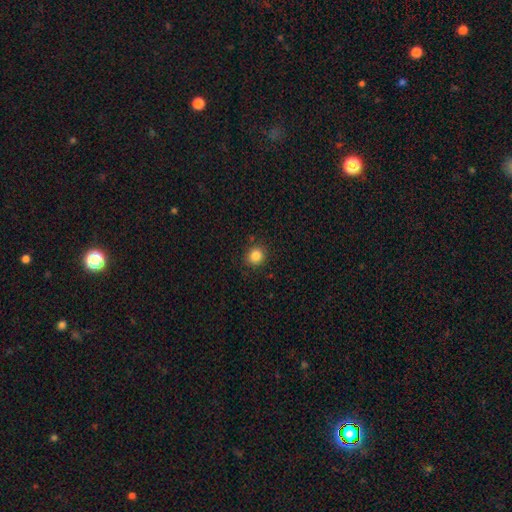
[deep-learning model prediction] Smooth or featured: smooth — 84% (star or artifact — 11%)
How rounded: round — 84% (in between — 15%)
Merging: none — 88% (minor disturbance — 8%)